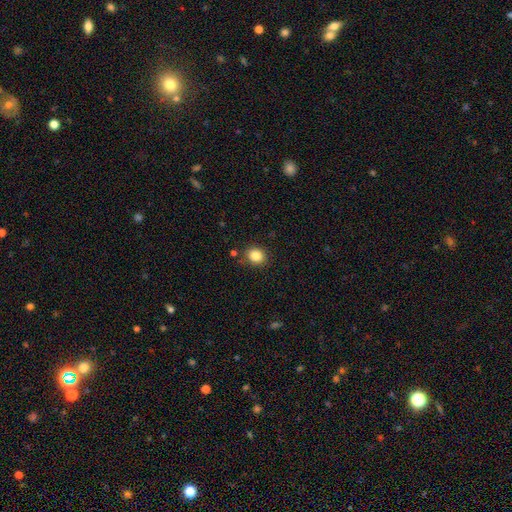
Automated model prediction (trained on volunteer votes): This appears to be a smooth galaxy with no disk features (84%) that is round (76%). Merging: none (84%).